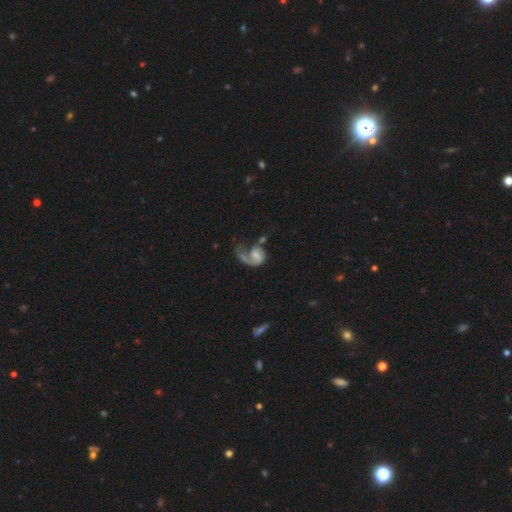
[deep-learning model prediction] Smooth or featured?
  - featured or disk: 72% *
  - smooth: 20%
  - star or artifact: 7%
Edge-on disk?
  - no: 98% *
  - yes: 2%
Bar?
  - no: 52% *
  - weak: 38%
  - strong: 10%
Spiral arms?
  - yes: 90% *
  - no: 10%
Spiral winding?
  - loose: 48% *
  - medium: 34%
  - tight: 18%
Spiral arm count?
  - 1: 75% *
  - 2: 18%
  - can't tell: 4%
  - 3: 1%
  - 4: 1%
  - more than 4: 1%
Bulge size?
  - small: 35% *
  - moderate: 29%
  - none: 26%
  - large: 8%
  - dominant: 2%
Merging?
  - major disturbance: 45% *
  - none: 28%
  - minor disturbance: 14%
  - merger: 13%